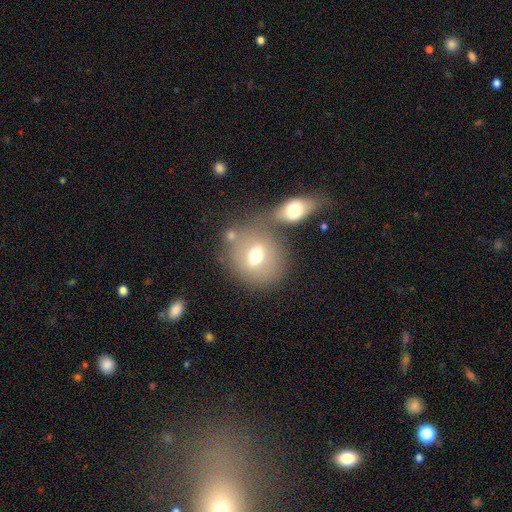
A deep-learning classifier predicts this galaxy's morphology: Smooth or featured? smooth (63%)
How rounded? round (63%)
Merging? none (53%)